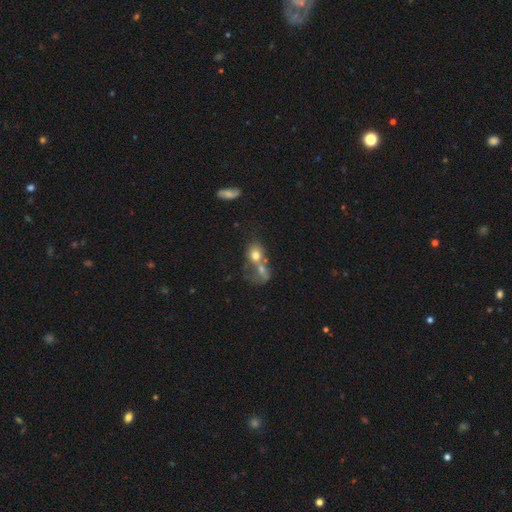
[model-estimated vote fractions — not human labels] This appears to be a smooth galaxy with no disk features (67%) that is round (50%). Merging: merger (65%).